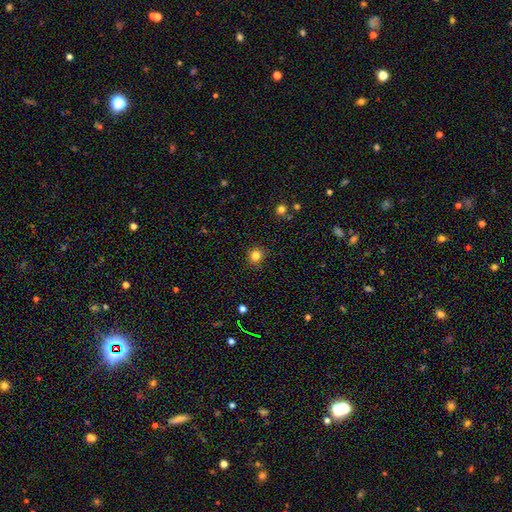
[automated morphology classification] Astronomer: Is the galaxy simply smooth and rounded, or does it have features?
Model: smooth — 83%.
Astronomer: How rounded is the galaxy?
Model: round — 87%.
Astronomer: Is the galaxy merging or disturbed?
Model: none — 89%.